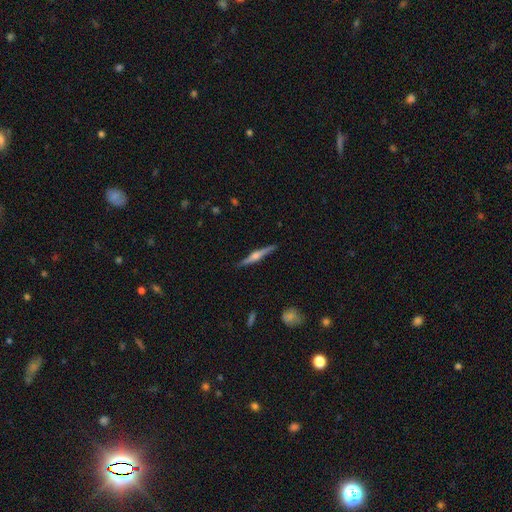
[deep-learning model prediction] smooth_or_featured: featured or disk (p=0.77) [alt: smooth p=0.18]
disk_edge_on: yes (p=0.98) [alt: no p=0.02]
edge_on_bulge: rounded (p=0.87) [alt: boxy p=0.08]
merging: none (p=0.90) [alt: minor disturbance p=0.07]